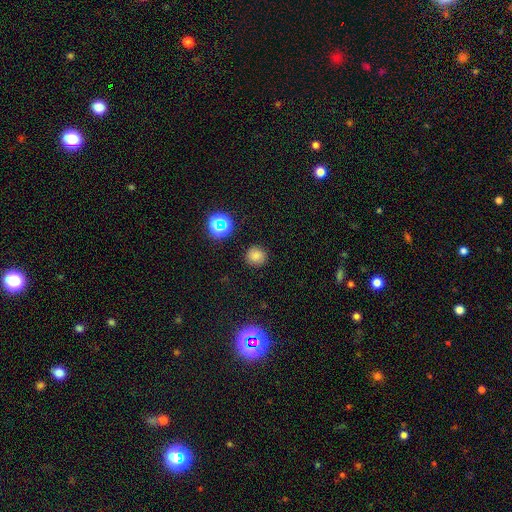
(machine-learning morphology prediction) type=smooth (76%); roundness=round (92%); merging=none (88%).